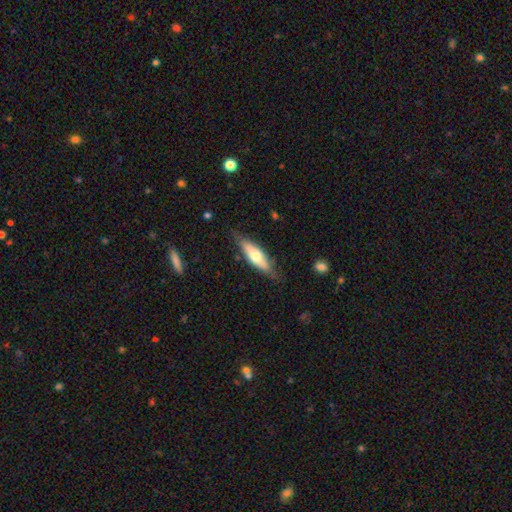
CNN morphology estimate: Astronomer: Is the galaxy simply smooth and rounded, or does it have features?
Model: smooth — 55% (runner-up: featured or disk, 39%).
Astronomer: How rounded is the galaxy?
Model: cigar-shaped — 51% (runner-up: in between, 47%).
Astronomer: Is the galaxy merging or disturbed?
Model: none — 74%.